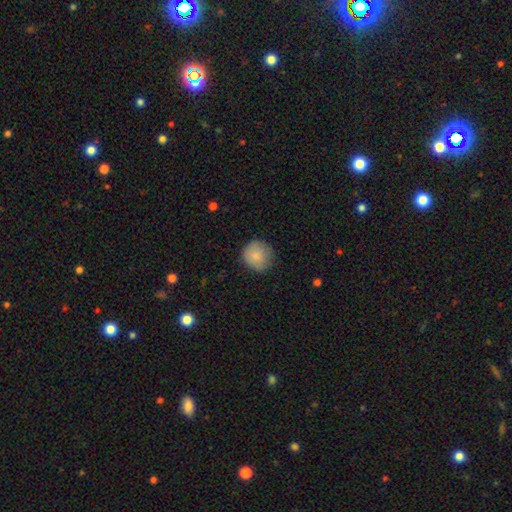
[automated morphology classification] Smooth or featured?
  - smooth: 85% *
  - featured or disk: 8%
  - star or artifact: 8%
How rounded?
  - round: 93% *
  - in between: 6%
  - cigar-shaped: 1%
Merging?
  - none: 83% *
  - minor disturbance: 13%
  - major disturbance: 3%
  - merger: 1%